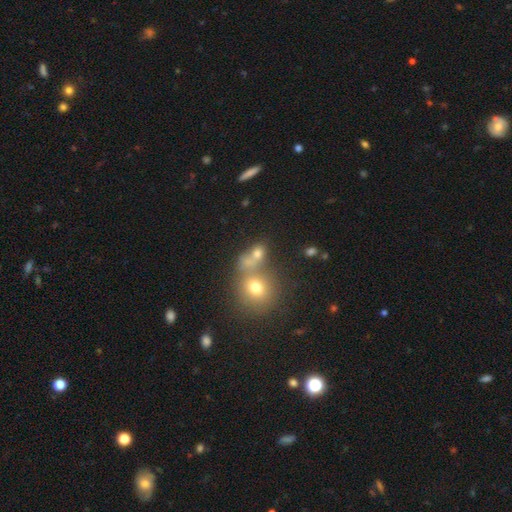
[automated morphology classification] Overall: smooth (70%). How rounded: round (56%; in between 41%). Merging: merger (42%; none 41%).